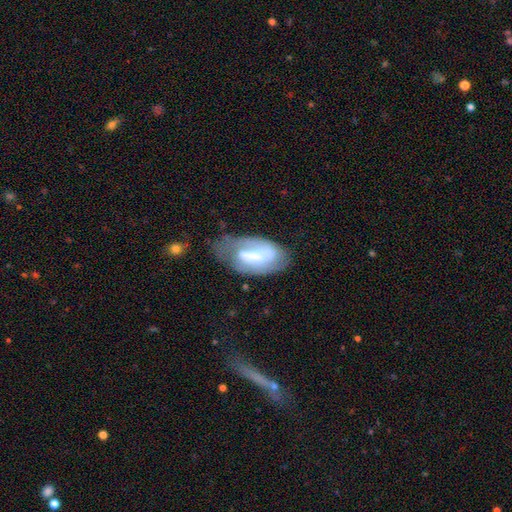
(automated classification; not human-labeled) Smooth or featured? featured or disk (54%)
Edge-on disk? no (93%)
Merging? none (37%)